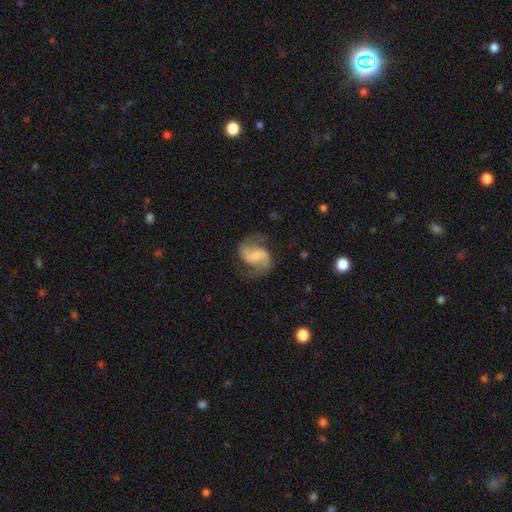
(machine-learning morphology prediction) A featured or disk galaxy (83%) with a weak bar (46%), 2 (92%) medium (49%) spiral arms (96%) and a small central bulge (51%).

Vote fractions:
- Smooth or featured? featured or disk: 83% / smooth: 11% / star or artifact: 6%
- Edge-on disk? no: 98% / yes: 2%
- Bar? weak: 46% / no: 36% / strong: 18%
- Spiral arms? yes: 96% / no: 4%
- Spiral winding? medium: 49% / loose: 40% / tight: 12%
- Spiral arm count? 2: 92% / can't tell: 3% / 1: 2% / 3: 1% / 4: 1% / more than 4: 1%
- Bulge size? small: 51% / moderate: 28% / none: 16% / large: 4% / dominant: 1%
- Merging? none: 72% / minor disturbance: 16% / major disturbance: 10% / merger: 2%